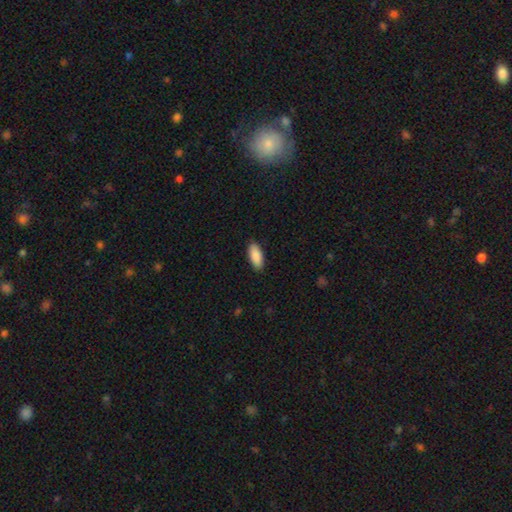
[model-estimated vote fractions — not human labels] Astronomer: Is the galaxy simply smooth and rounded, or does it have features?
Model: smooth — 90%.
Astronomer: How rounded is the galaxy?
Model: in between — 84%.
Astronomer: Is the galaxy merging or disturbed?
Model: none — 89%.